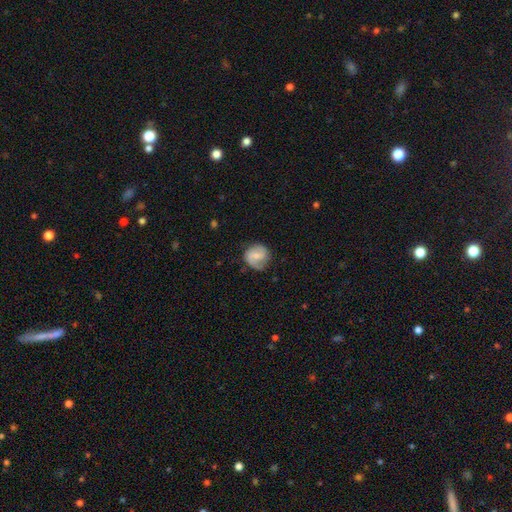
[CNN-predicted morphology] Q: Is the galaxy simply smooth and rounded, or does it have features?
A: featured or disk — 56%.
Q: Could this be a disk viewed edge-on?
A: no — 98%.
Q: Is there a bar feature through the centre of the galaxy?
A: weak — 52%.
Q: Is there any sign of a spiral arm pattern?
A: yes — 87%.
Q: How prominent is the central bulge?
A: small — 48%.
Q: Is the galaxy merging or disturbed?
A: none — 68%.